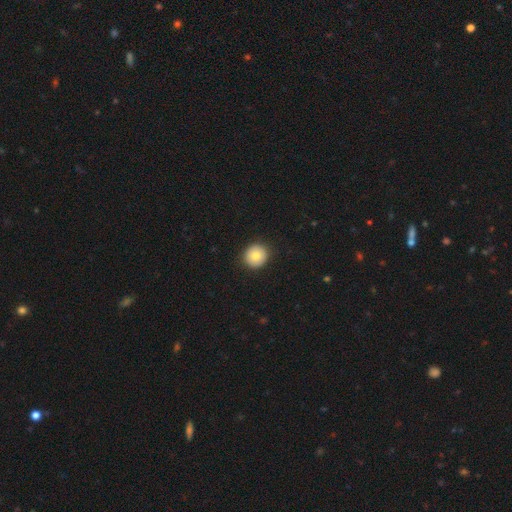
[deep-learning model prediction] Morphology: type=smooth (80%); roundness=round (92%); merging=none (91%).